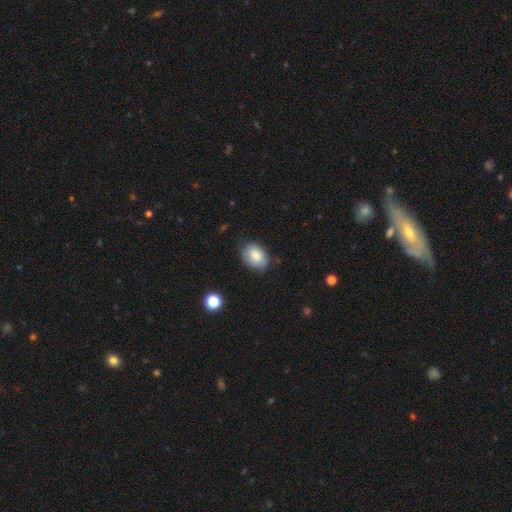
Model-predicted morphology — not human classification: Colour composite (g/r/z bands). It shows a smooth galaxy with no disk features (84%) that is in between round and cigar-shaped (69%). Merging: none (75%).